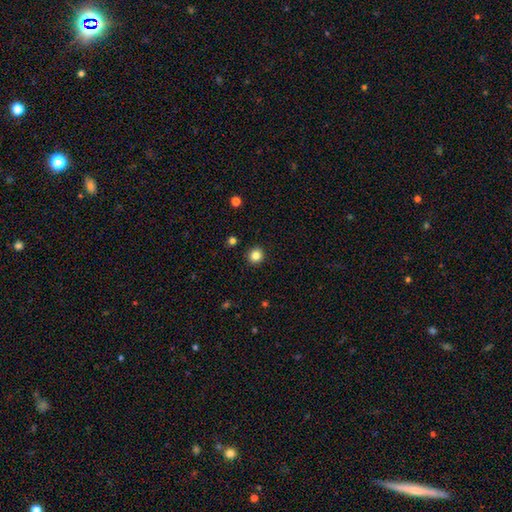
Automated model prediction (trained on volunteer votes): Smooth or featured: smooth — 84% (star or artifact — 12%)
How rounded: round — 94% (in between — 5%)
Merging: none — 93% (minor disturbance — 5%)